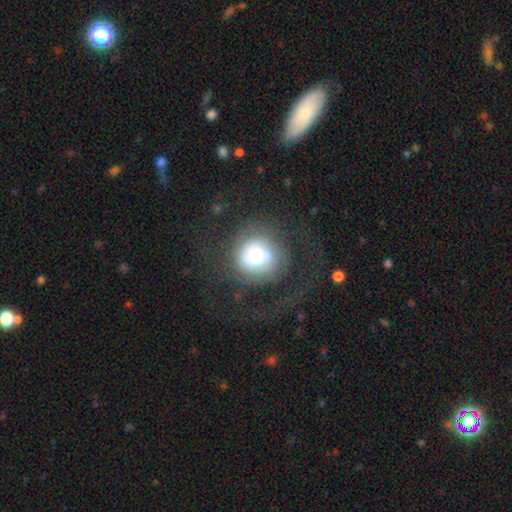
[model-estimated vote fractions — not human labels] Overall: smooth (45%; featured or disk 44%). Merging: none (56%; major disturbance 28%).